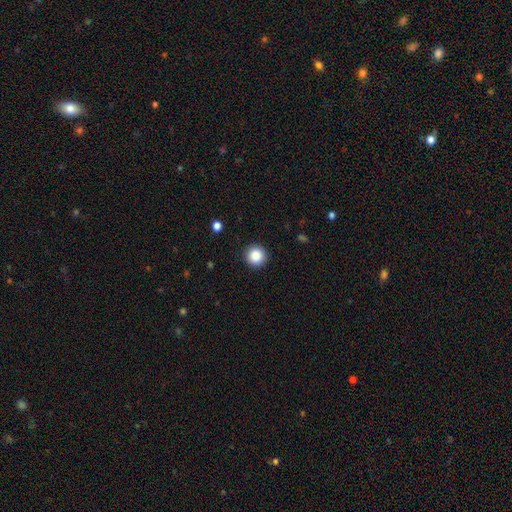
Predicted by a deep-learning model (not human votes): Overall: smooth (87%). How rounded: round (95%). Merging: none (92%).